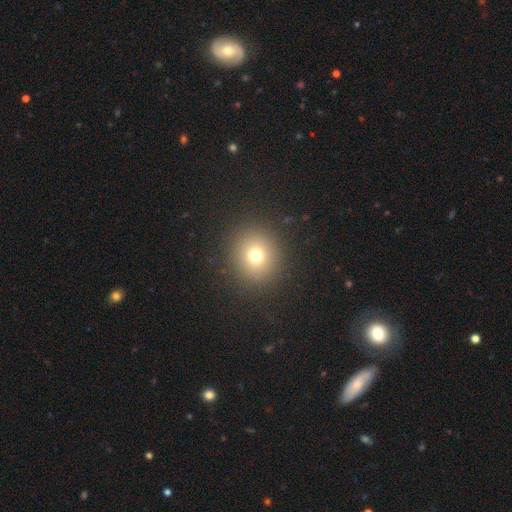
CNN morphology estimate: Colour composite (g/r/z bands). It shows a smooth galaxy with no disk features (73%) that is round (88%). Merging: none (89%).